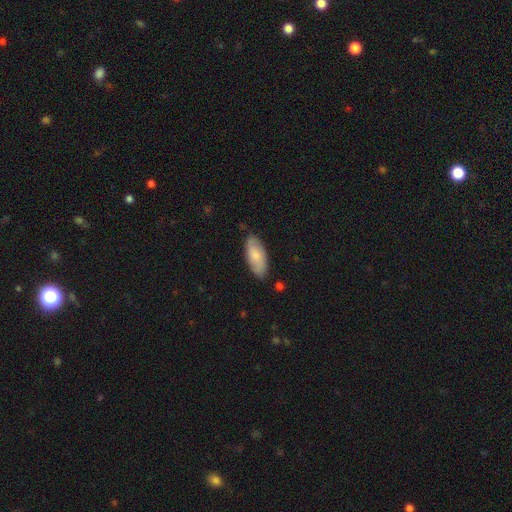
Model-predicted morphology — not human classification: A smooth galaxy with no disk features (67%) that is in between round and cigar-shaped (87%).

Vote fractions:
- Smooth or featured? smooth: 67% / featured or disk: 27% / star or artifact: 6%
- How rounded? in between: 87% / cigar-shaped: 11% / round: 2%
- Merging? none: 79% / minor disturbance: 17% / major disturbance: 3% / merger: 2%